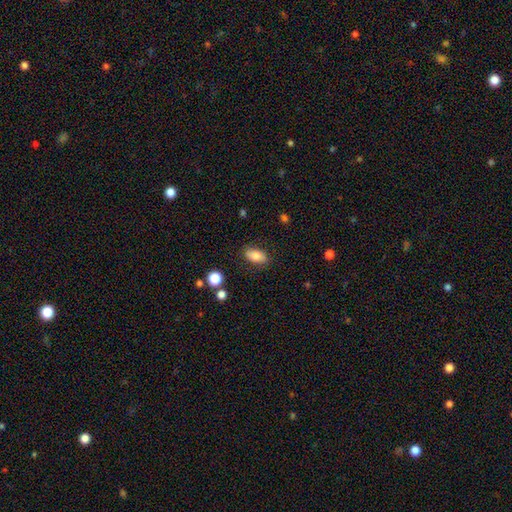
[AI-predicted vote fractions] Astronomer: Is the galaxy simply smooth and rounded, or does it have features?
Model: smooth — 77%.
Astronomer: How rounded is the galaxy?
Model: in between — 88%.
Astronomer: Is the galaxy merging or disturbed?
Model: none — 84%.